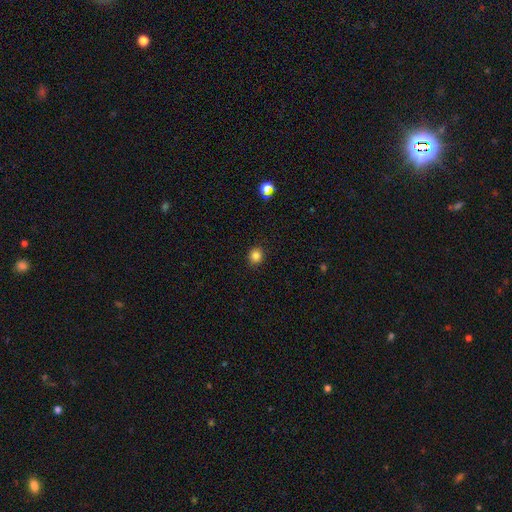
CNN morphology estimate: Q: Smooth or featured?
A: smooth (84%); runner-up: star or artifact (12%)
Q: How rounded?
A: round (84%); runner-up: in between (15%)
Q: Merging?
A: none (91%); runner-up: minor disturbance (6%)